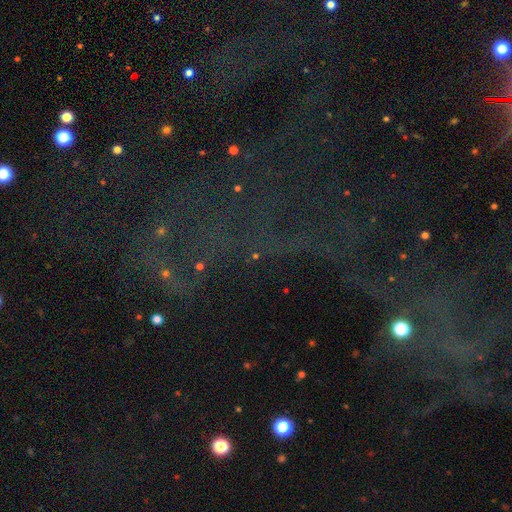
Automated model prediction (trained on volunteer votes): Q: Smooth or featured?
A: star or artifact (73%); runner-up: smooth (15%)